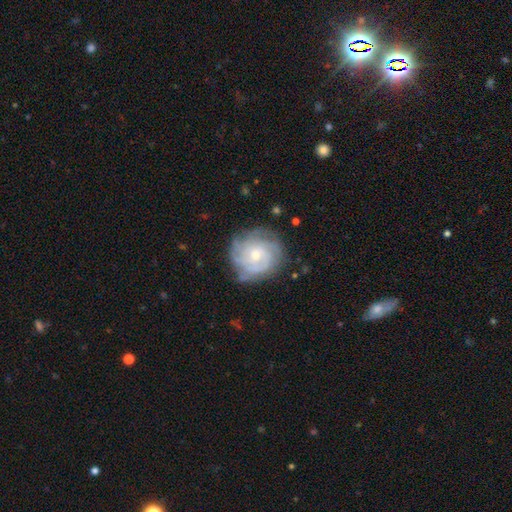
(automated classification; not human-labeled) The model was most divided on "bulge size": small: 52%, moderate: 43%, large: 3%, none: 2%, dominant: 1%. Remaining: edge-on disk — no (98%); spiral arms — yes (88%); bar — no (75%); merging — none (72%); smooth or featured — featured or disk (72%); spiral winding — tight (67%); spiral arm count — can't tell (46%).